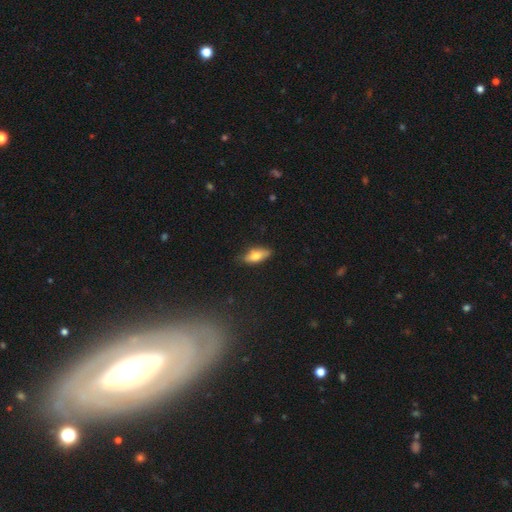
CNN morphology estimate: smooth-or-featured: smooth: 69% | featured or disk: 24% | star or artifact: 7%
  how-rounded: in between: 75% | cigar-shaped: 22% | round: 3%
  merging: none: 79% | minor disturbance: 17% | major disturbance: 3% | merger: 1%